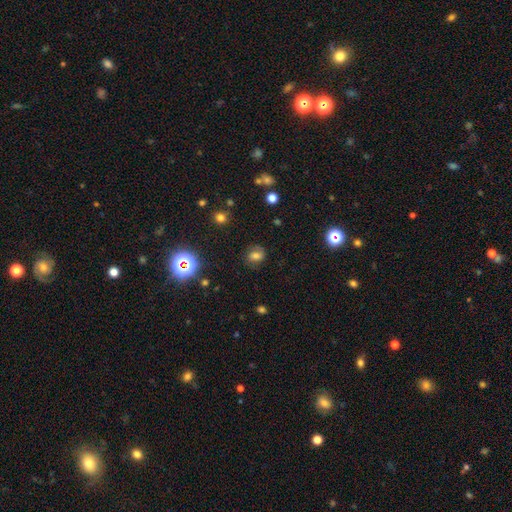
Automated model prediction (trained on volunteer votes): smooth-or-featured: smooth: 61% | star or artifact: 20% | featured or disk: 19%
  how-rounded: round: 50% | in between: 48% | cigar-shaped: 2%
  merging: none: 78% | minor disturbance: 15% | major disturbance: 6% | merger: 2%